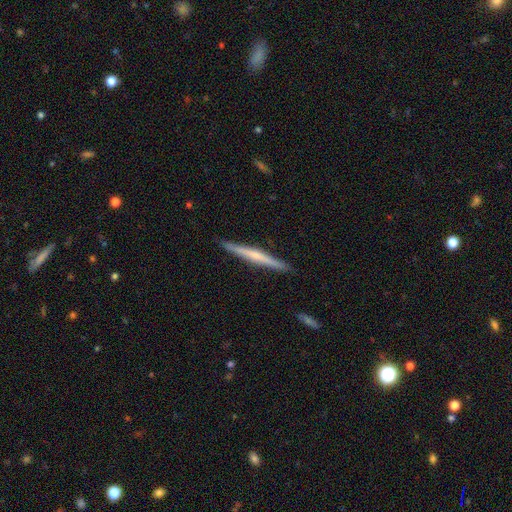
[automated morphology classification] type=featured or disk (57%); edge-on=yes (97%); edge-on bulge=none (48%); merging=none (91%).